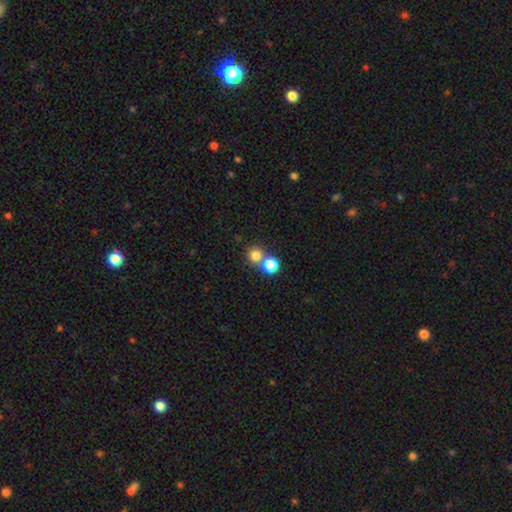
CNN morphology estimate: This is likely a smooth galaxy (79%). How rounded: clearly round (91%). Merging: possibly none (57%).